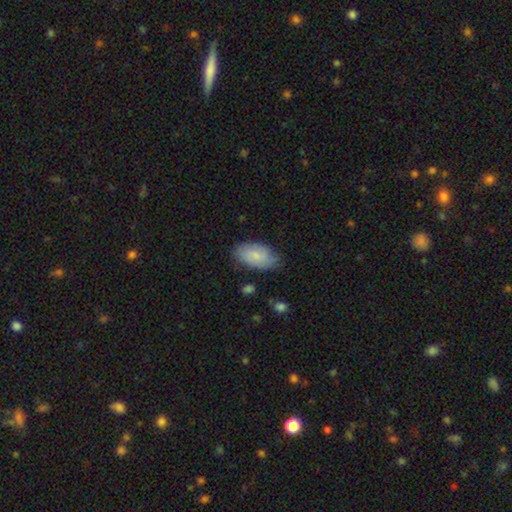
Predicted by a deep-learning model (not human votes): Q: Smooth or featured?
A: smooth (76%); runner-up: featured or disk (17%)
Q: How rounded?
A: in between (94%); runner-up: round (4%)
Q: Merging?
A: none (73%); runner-up: minor disturbance (22%)